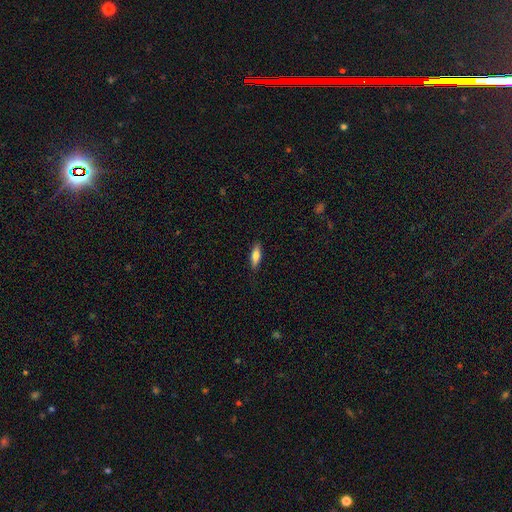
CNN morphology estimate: This is likely a smooth galaxy (75%). How rounded: possibly cigar-shaped (50%). Merging: clearly none (86%).